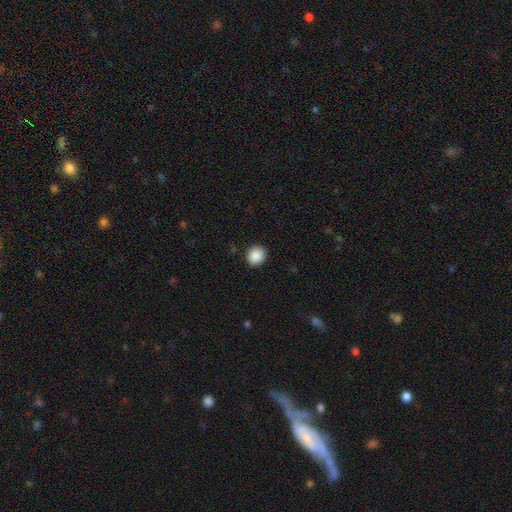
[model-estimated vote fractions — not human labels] Overall: smooth (89%). How rounded: round (80%). Merging: none (89%).